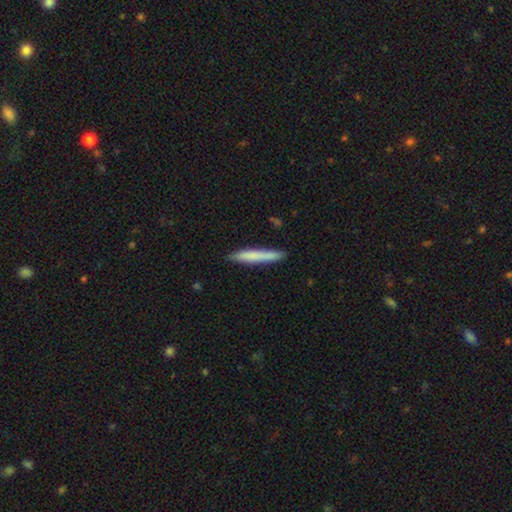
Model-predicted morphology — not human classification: The model was most divided on "smooth or featured": smooth: 73%, featured or disk: 21%, star or artifact: 6%. More confident: how rounded — cigar-shaped (95%); merging — none (87%).